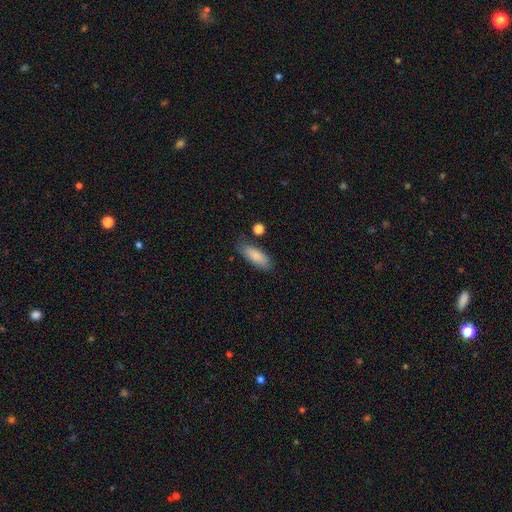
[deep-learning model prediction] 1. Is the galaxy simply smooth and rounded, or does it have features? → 85% smooth, 9% featured or disk, 6% star or artifact.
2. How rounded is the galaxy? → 71% in between, 27% cigar-shaped, 2% round.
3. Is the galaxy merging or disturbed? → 75% none, 17% minor disturbance, 4% merger, 4% major disturbance.